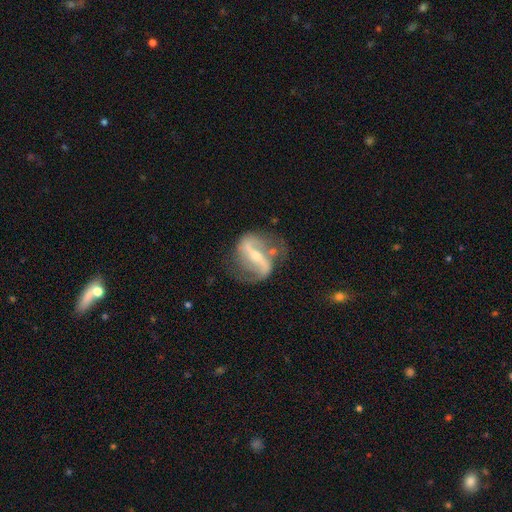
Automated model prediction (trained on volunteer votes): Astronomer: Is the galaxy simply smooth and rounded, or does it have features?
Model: featured or disk — 88%.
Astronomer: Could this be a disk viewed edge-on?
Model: no — 95%.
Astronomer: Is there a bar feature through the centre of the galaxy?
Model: strong — 68%.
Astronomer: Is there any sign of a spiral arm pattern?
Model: yes — 93%.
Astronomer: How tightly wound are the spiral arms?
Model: loose — 56% (runner-up: medium, 33%).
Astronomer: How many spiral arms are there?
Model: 2 — 90%.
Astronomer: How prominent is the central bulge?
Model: small — 58% (runner-up: moderate, 37%).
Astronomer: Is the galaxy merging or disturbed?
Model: none — 67%.